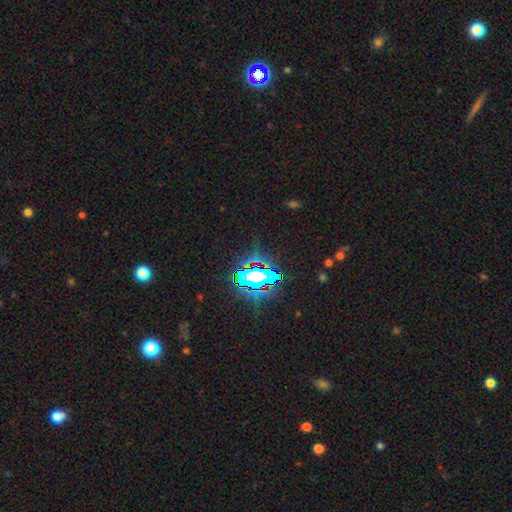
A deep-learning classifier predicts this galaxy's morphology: Smooth or featured? Predicted: star or artifact (p=0.79).